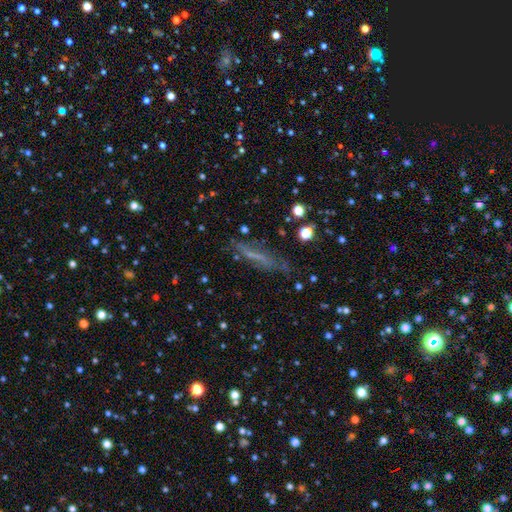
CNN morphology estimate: A smooth galaxy with no disk features (43%). Merging: none (66%).